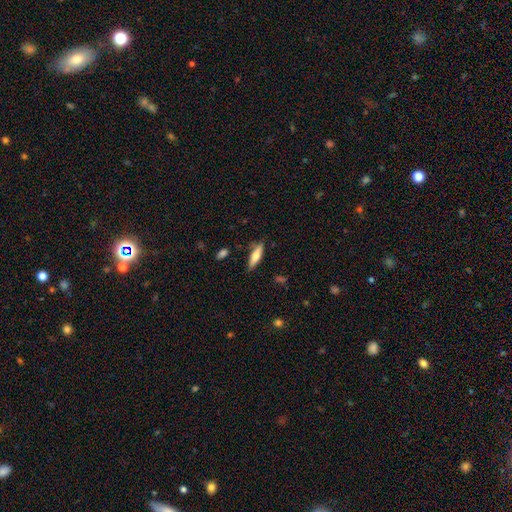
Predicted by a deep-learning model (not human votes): Morphology: type=smooth (66%); roundness=cigar-shaped (56%); merging=none (80%).